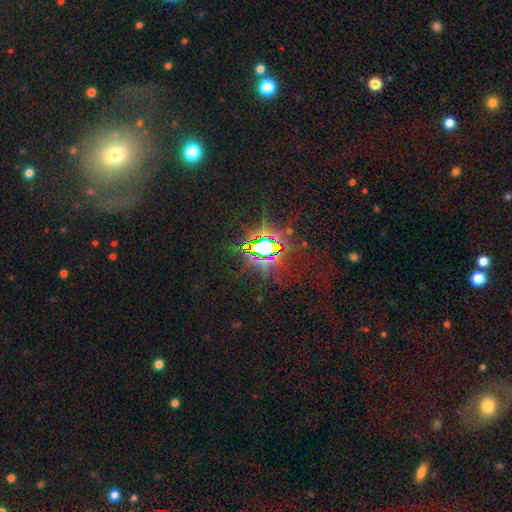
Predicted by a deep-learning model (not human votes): Smooth or featured? star or artifact (82%)